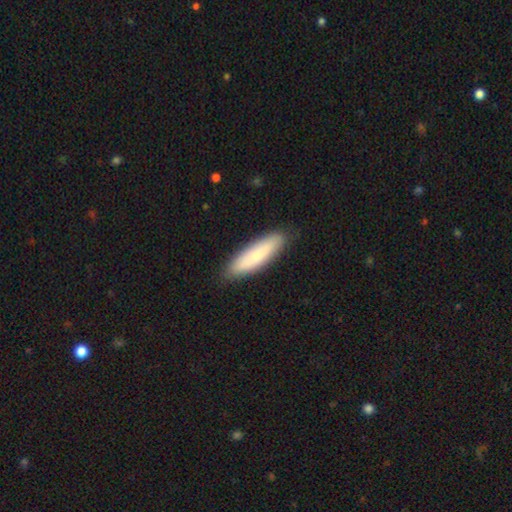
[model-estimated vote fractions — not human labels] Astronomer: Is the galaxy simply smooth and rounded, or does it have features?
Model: smooth — 73%.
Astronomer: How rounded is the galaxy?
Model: cigar-shaped — 63%.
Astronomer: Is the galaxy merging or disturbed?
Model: none — 88%.